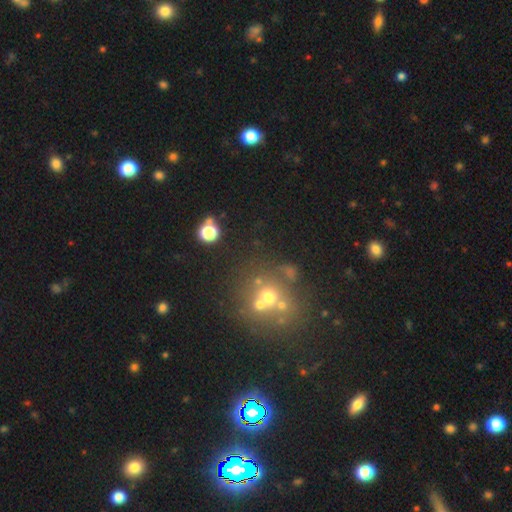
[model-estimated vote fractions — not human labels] Morphology: type=star or artifact (42%).